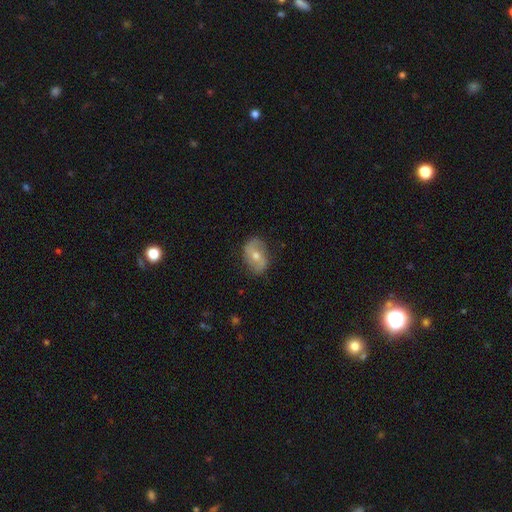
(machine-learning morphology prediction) This is likely a featured or disk galaxy (63%). It is clearly not viewed edge-on (94%). Bar: marginally no (39%). Spiral arm pattern: likely yes (77%). Central bulge: possibly moderate (60%). Merging: clearly none (81%).